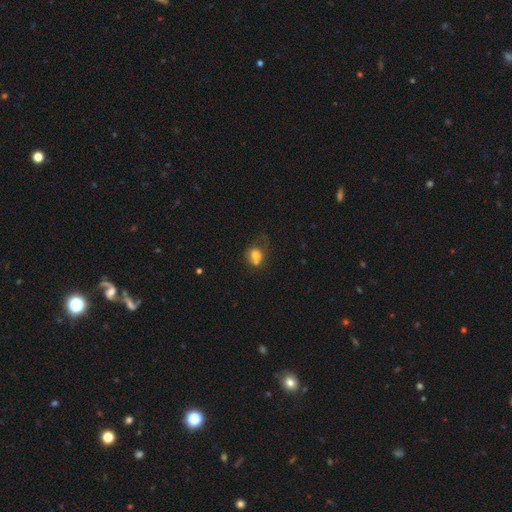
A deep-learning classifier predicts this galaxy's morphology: Q: Smooth or featured?
A: smooth (71%); runner-up: featured or disk (18%)
Q: How rounded?
A: round (59%); runner-up: in between (40%)
Q: Merging?
A: none (33%); runner-up: merger (32%)